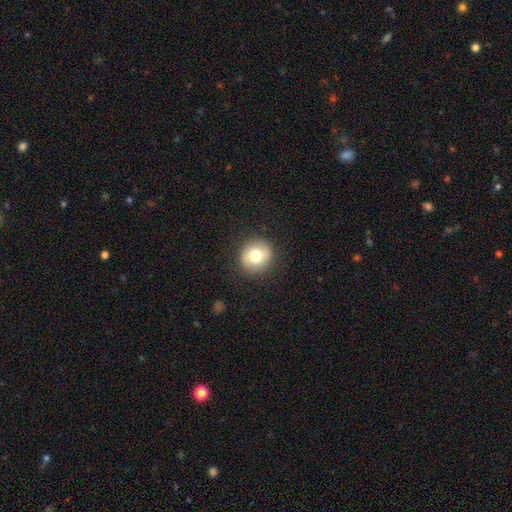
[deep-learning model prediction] A smooth galaxy with no disk features (75%) that is round (89%). Merging: none (88%).